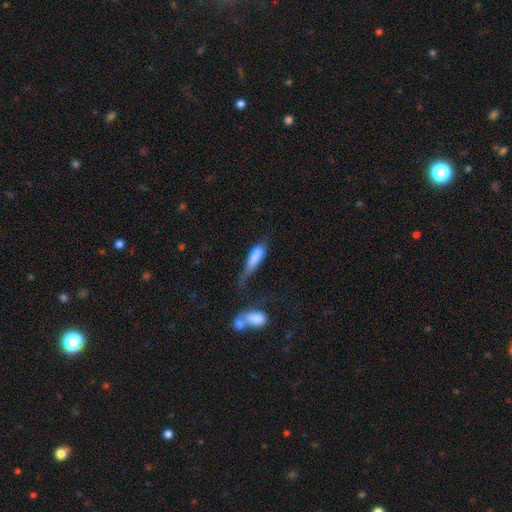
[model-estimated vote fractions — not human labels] Smooth or featured? smooth (71%)
How rounded? cigar-shaped (51%)
Merging? major disturbance (40%)